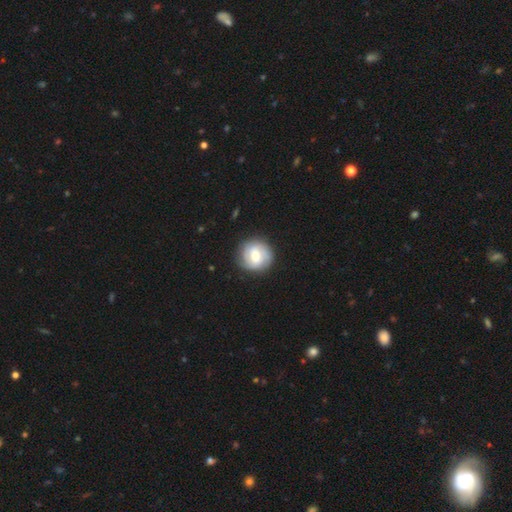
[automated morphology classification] Q: Smooth or featured?
A: featured or disk (52%); runner-up: smooth (42%)
Q: Edge-on disk?
A: no (98%); runner-up: yes (2%)
Q: Bar?
A: weak (50%); runner-up: no (37%)
Q: Spiral arms?
A: yes (83%); runner-up: no (17%)
Q: Bulge size?
A: moderate (60%); runner-up: small (27%)
Q: Merging?
A: none (83%); runner-up: minor disturbance (12%)